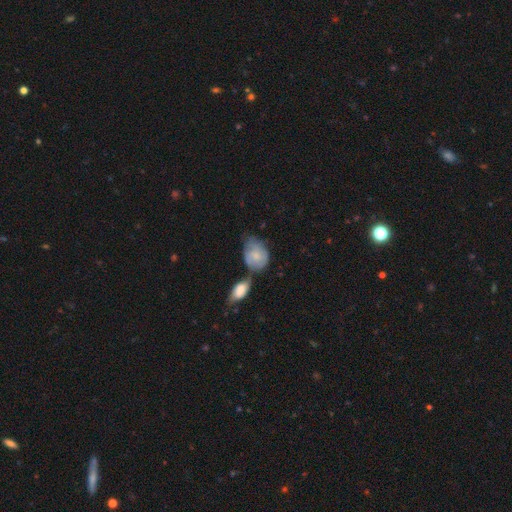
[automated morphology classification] smooth_or_featured: smooth (p=0.57) [alt: featured or disk p=0.37]
how_rounded: in between (p=0.71) [alt: round p=0.28]
merging: none (p=0.34) [alt: merger p=0.30]